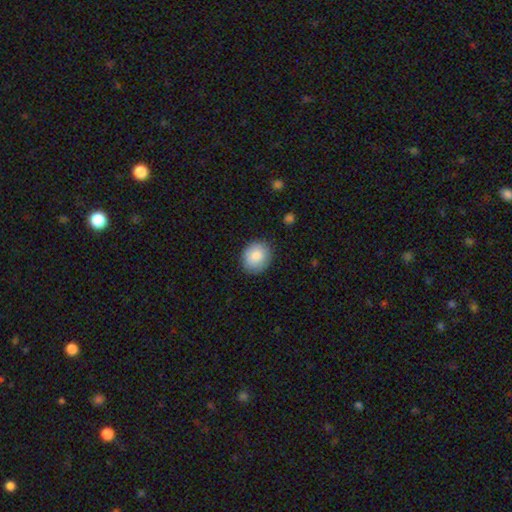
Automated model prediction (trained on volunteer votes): A smooth galaxy with no disk features (86%) that is round (69%).

Vote fractions:
- Smooth or featured? smooth: 86% / featured or disk: 7% / star or artifact: 7%
- How rounded? round: 69% / in between: 30% / cigar-shaped: 1%
- Merging? none: 86% / minor disturbance: 11% / major disturbance: 2% / merger: 1%